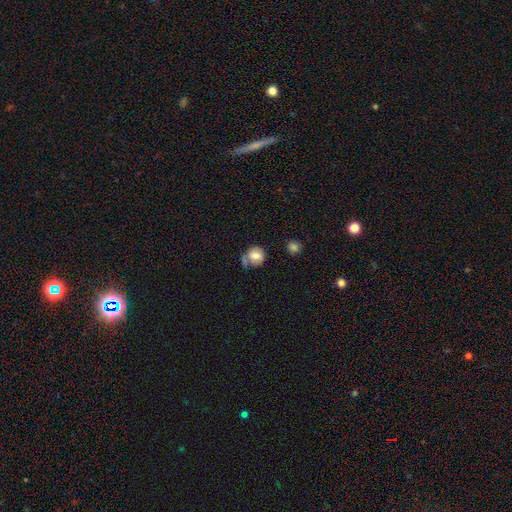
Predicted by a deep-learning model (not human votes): smooth_or_featured: smooth (p=0.76) [alt: featured or disk p=0.15]
how_rounded: round (p=0.83) [alt: in between p=0.16]
merging: none (p=0.53) [alt: minor disturbance p=0.24]